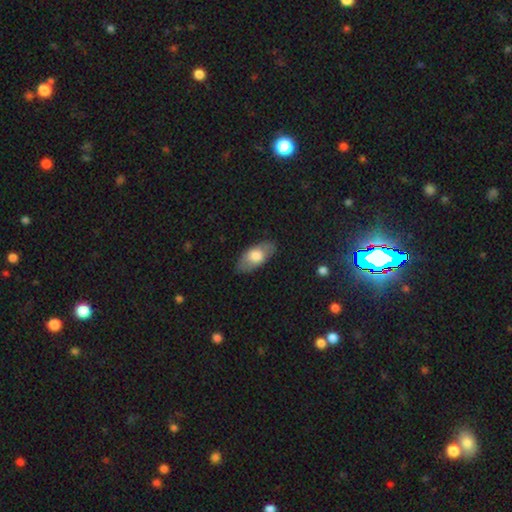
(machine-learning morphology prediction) Smooth or featured? smooth (67%)
How rounded? in between (89%)
Merging? none (82%)